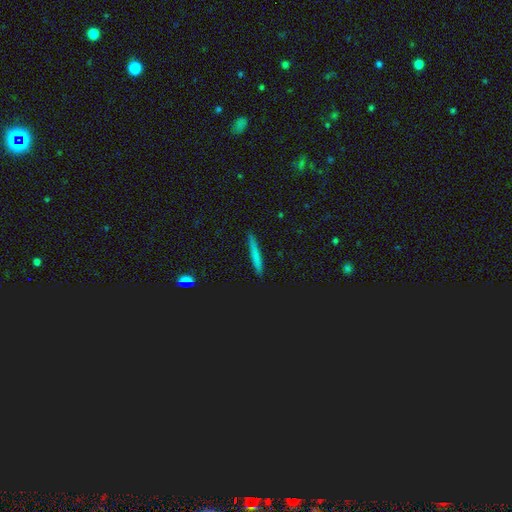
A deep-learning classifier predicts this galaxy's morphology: The model was most divided on "smooth or featured": smooth: 68%, featured or disk: 19%, star or artifact: 13%. More confident: how rounded — cigar-shaped (95%); merging — none (89%).